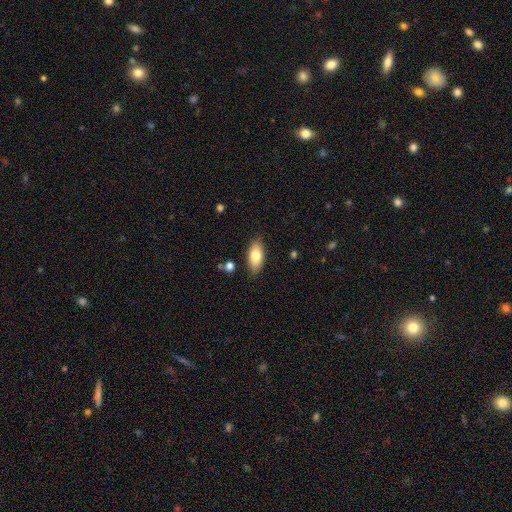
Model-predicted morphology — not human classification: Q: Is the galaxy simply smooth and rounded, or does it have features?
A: smooth — 79%.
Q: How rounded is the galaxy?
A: in between — 89%.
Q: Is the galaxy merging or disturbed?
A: none — 85%.